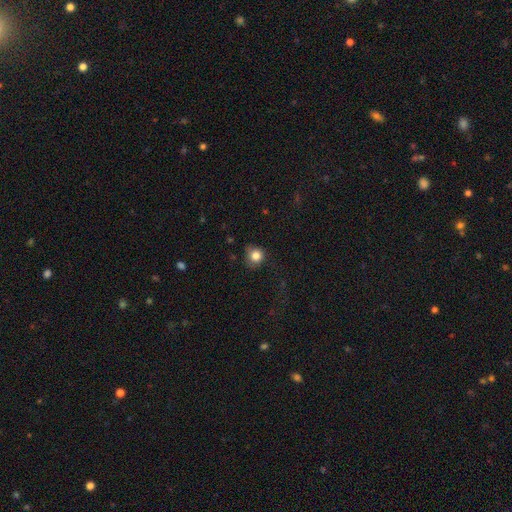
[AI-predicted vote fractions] Smooth or featured? smooth (83%)
How rounded? round (85%)
Merging? none (66%)